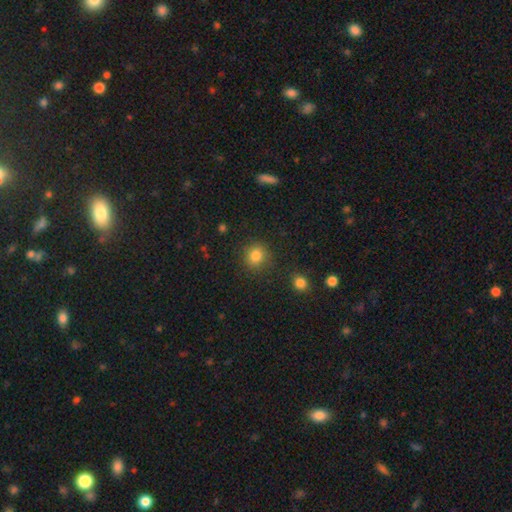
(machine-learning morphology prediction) Smooth or featured? smooth (83%)
How rounded? round (87%)
Merging? none (86%)